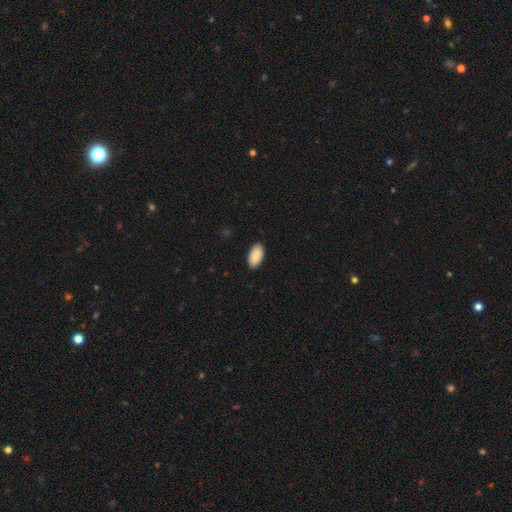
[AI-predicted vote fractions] Morphology: type=smooth (91%); roundness=in between (96%); merging=none (88%).